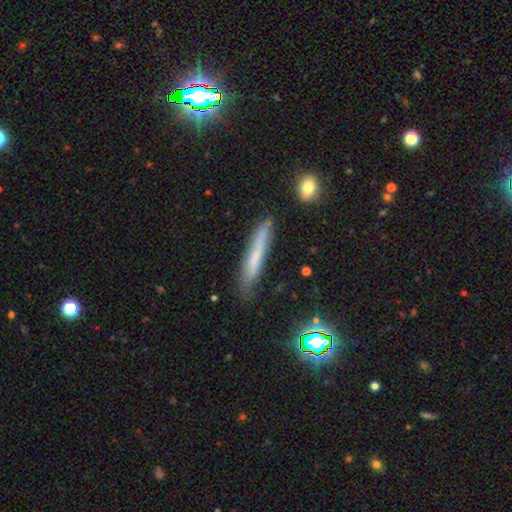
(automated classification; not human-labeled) Smooth or featured? Predicted: smooth (p=0.59). How rounded? Predicted: cigar-shaped (p=0.94). Merging? Predicted: none (p=0.80).